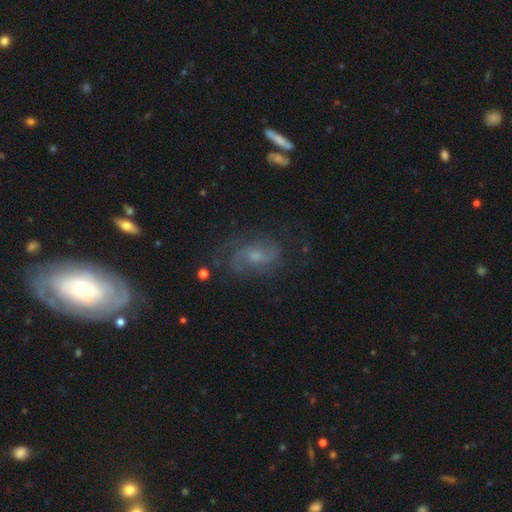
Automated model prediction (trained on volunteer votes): smooth-or-featured: featured or disk: 78% | smooth: 12% | star or artifact: 10%
  disk-edge-on: no: 96% | yes: 4%
    bar: no: 54% | weak: 39% | strong: 7%
    has-spiral-arms: yes: 93% | no: 7%
      spiral-winding: medium: 47% | tight: 28% | loose: 25%
      spiral-arm-count: 2: 60% | can't tell: 19% | 3: 10% | 1: 5% | 4: 3% | more than 4: 3%
    bulge-size: small: 46% | moderate: 42% | none: 7% | large: 4% | dominant: 1%
  merging: none: 66% | minor disturbance: 18% | major disturbance: 13% | merger: 2%